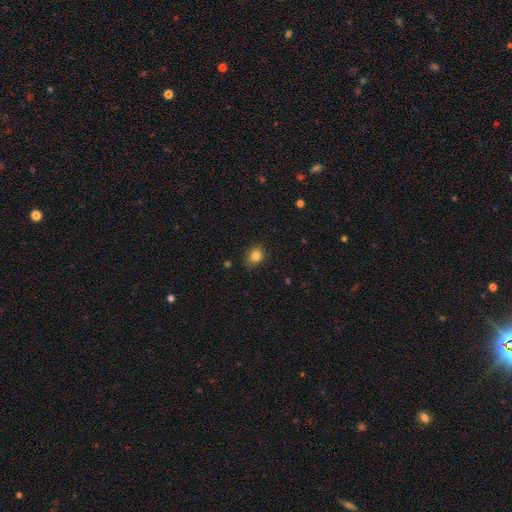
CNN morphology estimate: Q: Smooth or featured?
A: smooth (83%); runner-up: star or artifact (11%)
Q: How rounded?
A: round (50%); runner-up: in between (48%)
Q: Merging?
A: none (81%); runner-up: minor disturbance (15%)